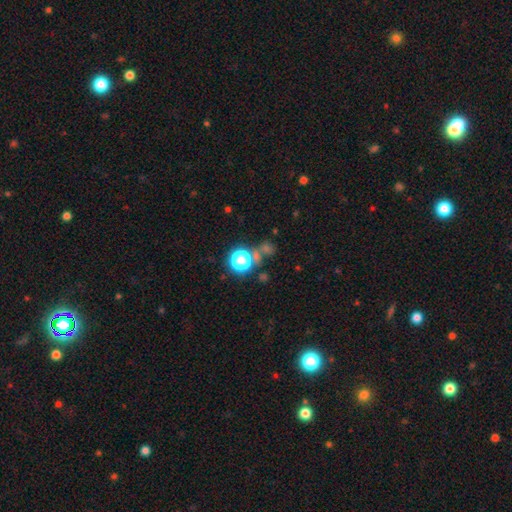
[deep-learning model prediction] This is possibly a star or artifact rather than a galaxy (54%).